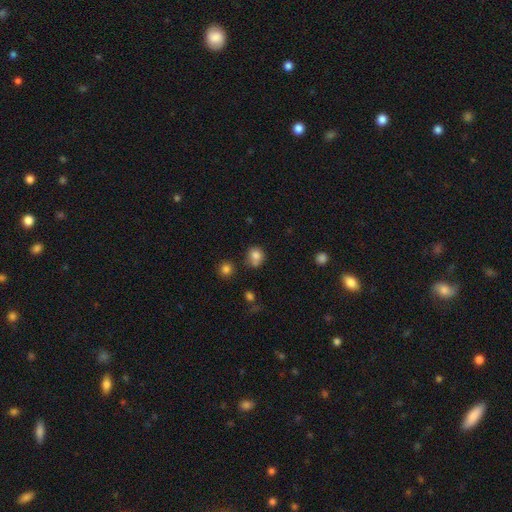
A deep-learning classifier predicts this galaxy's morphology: Smooth or featured?
  - smooth: 80% *
  - star or artifact: 12%
  - featured or disk: 8%
How rounded?
  - round: 76% *
  - in between: 23%
  - cigar-shaped: 1%
Merging?
  - none: 57% *
  - minor disturbance: 19%
  - merger: 18%
  - major disturbance: 6%